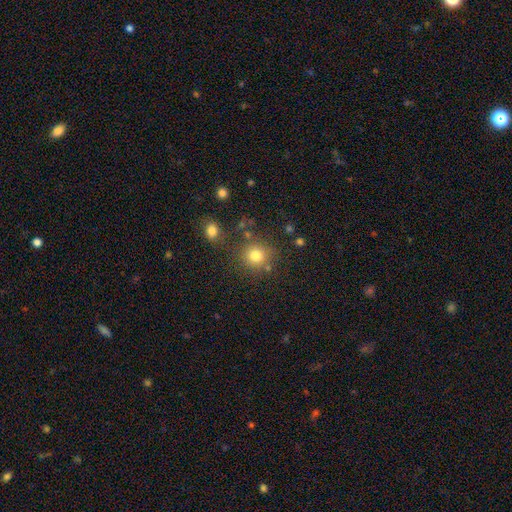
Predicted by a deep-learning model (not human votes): This appears to be a smooth galaxy with no disk features (79%) that is round (90%). Merging: none (79%).